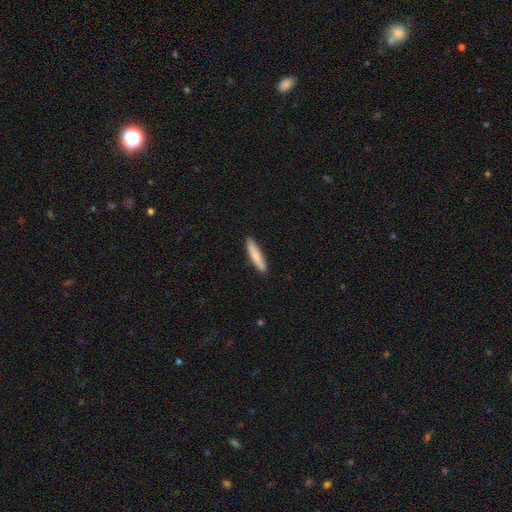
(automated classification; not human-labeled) This appears to be a smooth galaxy with no disk features (82%) that is cigar-shaped (87%). Merging: none (90%).